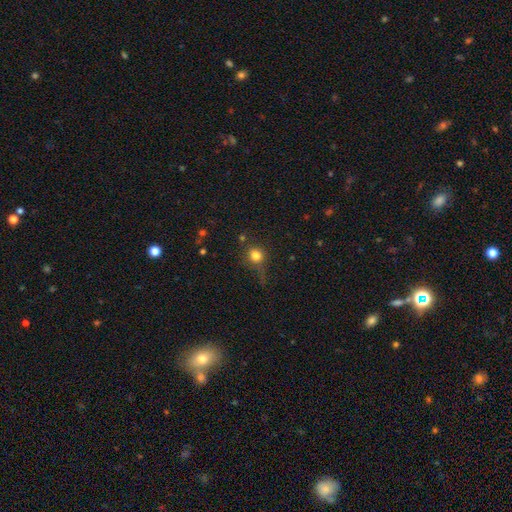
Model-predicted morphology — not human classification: A smooth galaxy with no disk features (79%) that is round (84%). Merging: none (63%).